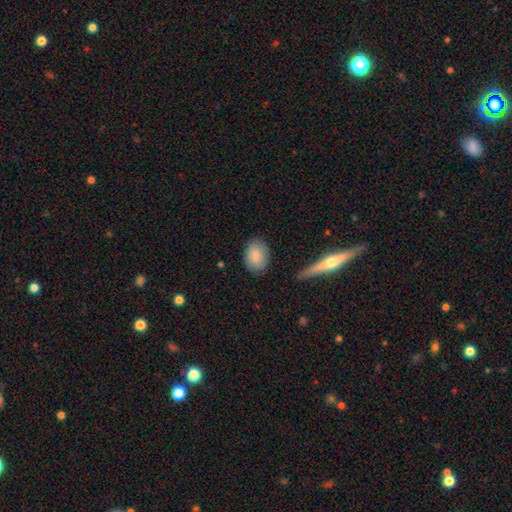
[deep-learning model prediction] smooth_or_featured: smooth (p=0.84) [alt: featured or disk p=0.10]
how_rounded: in between (p=0.78) [alt: round p=0.20]
merging: none (p=0.81) [alt: minor disturbance p=0.13]